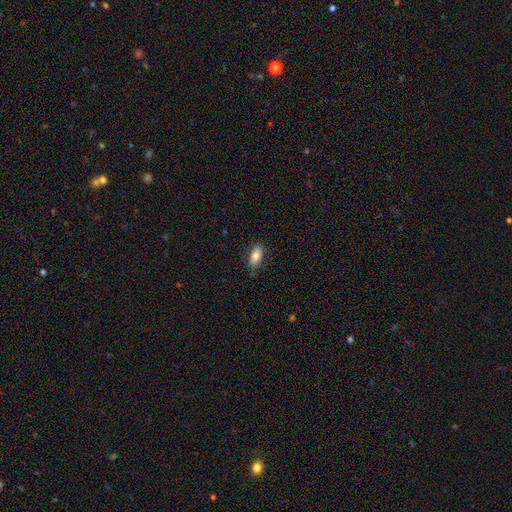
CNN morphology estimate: This is likely a smooth galaxy (79%). How rounded: clearly in between (88%). Merging: clearly none (84%).